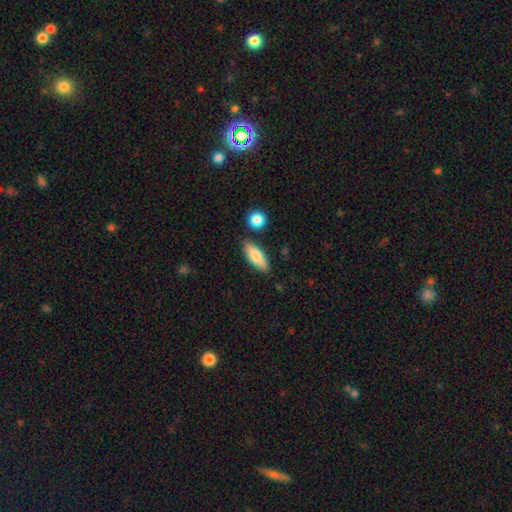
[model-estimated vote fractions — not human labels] smooth-or-featured: smooth: 80% | featured or disk: 14% | star or artifact: 6%
  how-rounded: in between: 67% | cigar-shaped: 30% | round: 3%
  merging: none: 81% | minor disturbance: 11% | merger: 5% | major disturbance: 3%